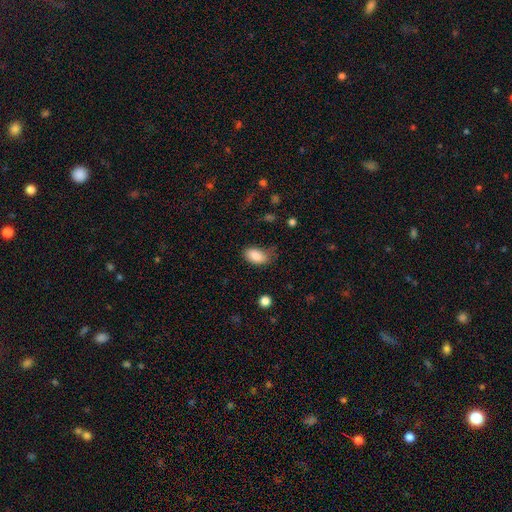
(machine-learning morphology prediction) Overall: smooth (85%). How rounded: in between (92%). Merging: none (64%; minor disturbance 27%).